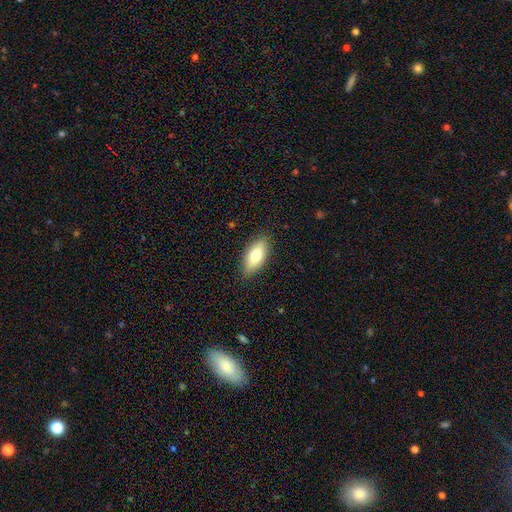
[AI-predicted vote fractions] The model was most divided on "smooth or featured": smooth: 73%, featured or disk: 20%, star or artifact: 7%. More confident: merging — none (87%); how rounded — in between (84%).